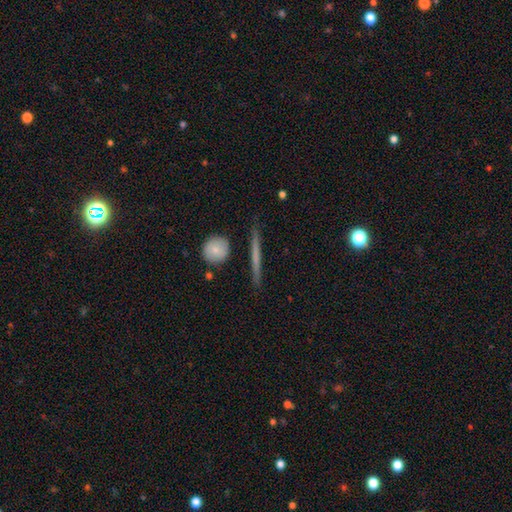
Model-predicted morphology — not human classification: A featured or disk galaxy (49%).

Vote fractions:
- Smooth or featured? featured or disk: 49% / smooth: 44% / star or artifact: 7%
- Merging? none: 85% / minor disturbance: 10% / major disturbance: 2% / merger: 2%